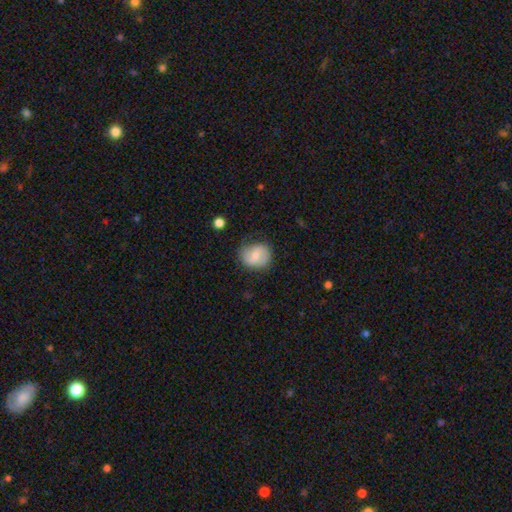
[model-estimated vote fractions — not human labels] Morphology: type=smooth (58%); roundness=round (69%); merging=none (71%).